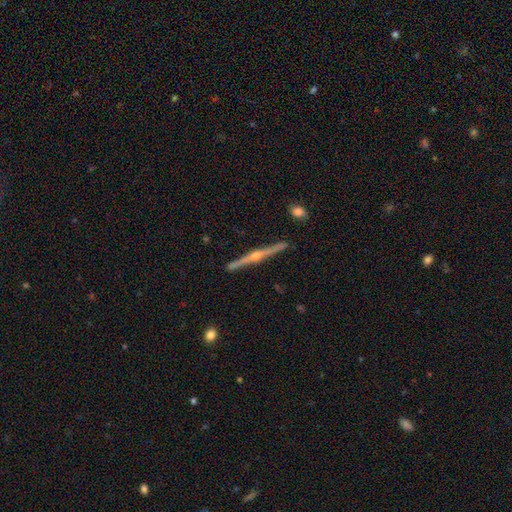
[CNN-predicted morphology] This appears to be a featured or disk galaxy (85%) viewed edge-on (98%) with a rounded central bulge (93%). Merging: none (91%).